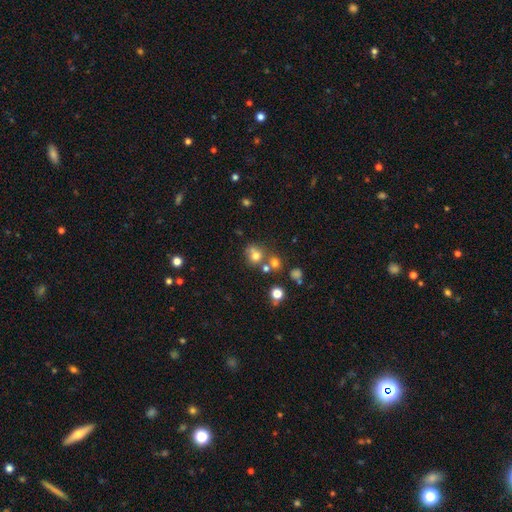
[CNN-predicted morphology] Smooth or featured? smooth (70%)
How rounded? round (74%)
Merging? none (50%)